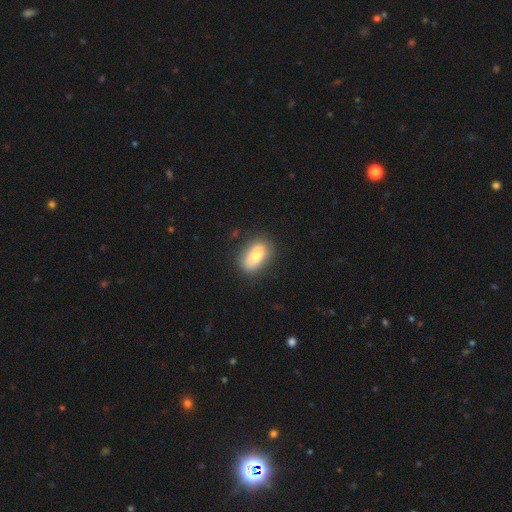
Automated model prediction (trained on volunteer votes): Overall: smooth (78%). How rounded: in between (89%). Merging: none (82%).